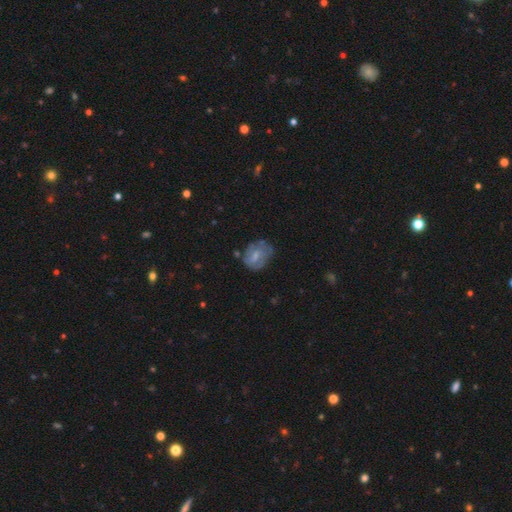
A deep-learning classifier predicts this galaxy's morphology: Smooth or featured?
  - smooth: 47% *
  - featured or disk: 45%
  - star or artifact: 8%
Merging?
  - none: 53% *
  - minor disturbance: 28%
  - major disturbance: 14%
  - merger: 4%